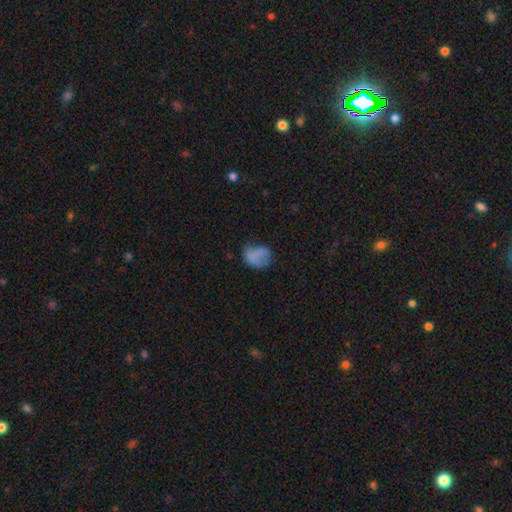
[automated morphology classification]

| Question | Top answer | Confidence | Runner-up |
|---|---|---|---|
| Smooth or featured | smooth | 74% | featured or disk (16%) |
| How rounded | in between | 56% | round (42%) |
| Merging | none | 46% | minor disturbance (31%) |